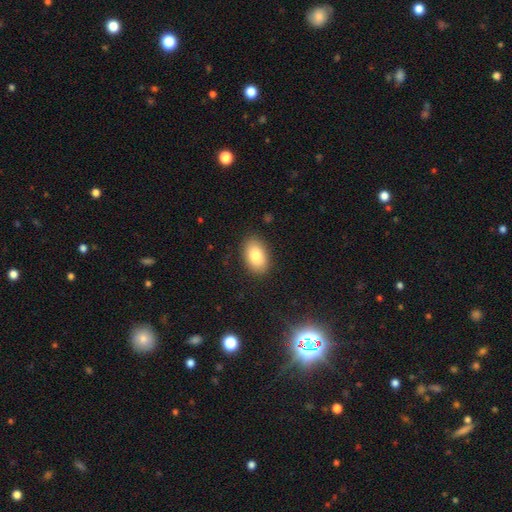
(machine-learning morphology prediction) Smooth or featured: smooth — 84% (featured or disk — 9%)
How rounded: in between — 92% (round — 7%)
Merging: none — 87% (minor disturbance — 9%)